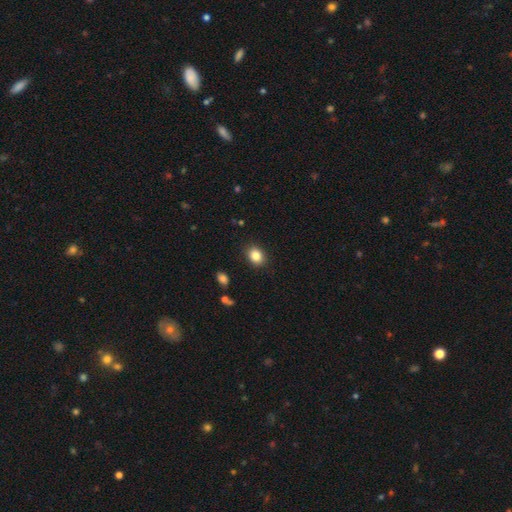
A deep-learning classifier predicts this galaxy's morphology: Q: Smooth or featured?
A: smooth (85%); runner-up: star or artifact (9%)
Q: How rounded?
A: in between (57%); runner-up: round (42%)
Q: Merging?
A: none (88%); runner-up: minor disturbance (9%)